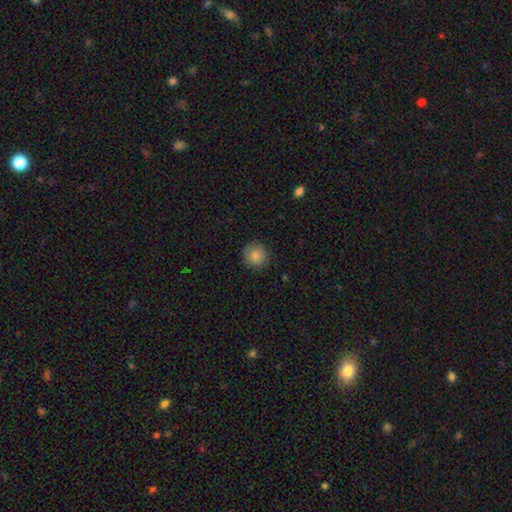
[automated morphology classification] Q: Smooth or featured?
A: smooth (86%); runner-up: star or artifact (9%)
Q: How rounded?
A: round (93%); runner-up: in between (6%)
Q: Merging?
A: none (88%); runner-up: minor disturbance (9%)